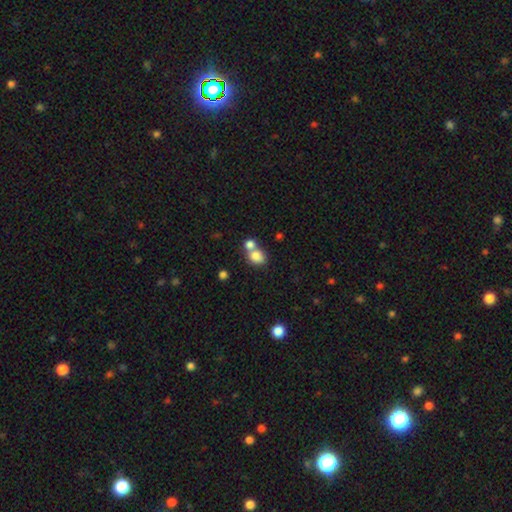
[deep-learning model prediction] Smooth or featured? smooth (81%)
How rounded? round (61%)
Merging? merger (50%)